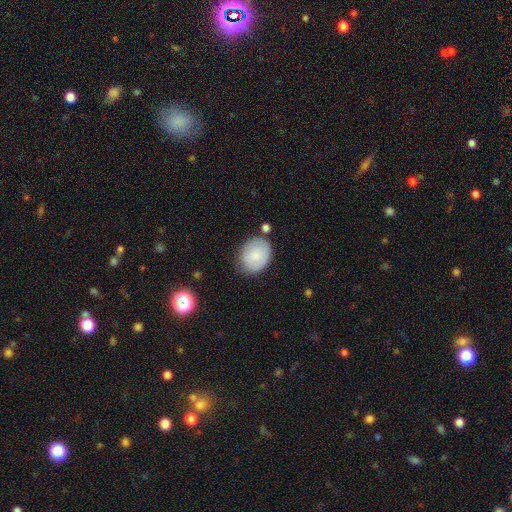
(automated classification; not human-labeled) The model was most divided on "how rounded": round: 53%, in between: 46%, cigar-shaped: 1%. More confident: smooth or featured — smooth (80%); merging — none (65%).